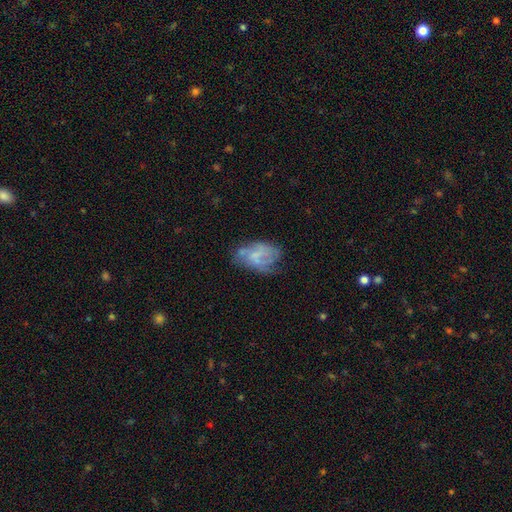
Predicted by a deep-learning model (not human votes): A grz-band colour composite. It shows a featured or disk galaxy (54%) with no bar (65%), spiral arms (51%) and no central bulge (47%). Merging: none (45%).